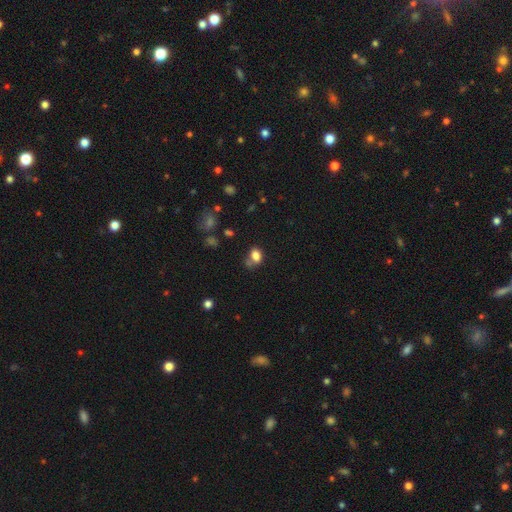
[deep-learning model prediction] A smooth galaxy with no disk features (80%) that is in between round and cigar-shaped (71%). Merging: none (46%).